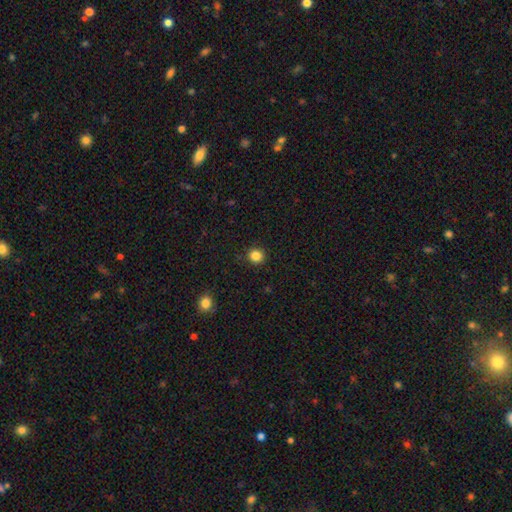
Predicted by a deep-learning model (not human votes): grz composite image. It shows a smooth galaxy with no disk features (85%) that is round (92%). Merging: none (91%).